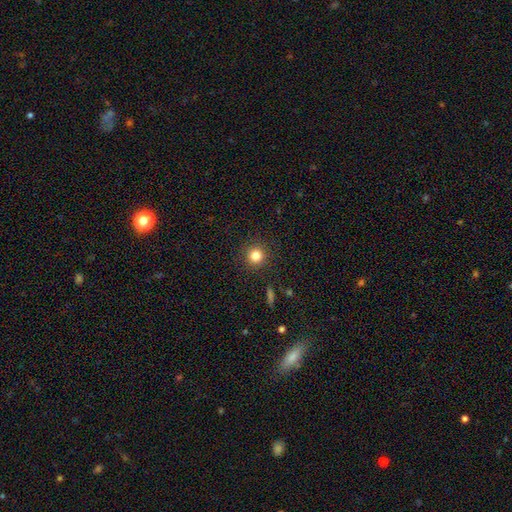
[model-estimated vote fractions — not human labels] Morphology: type=smooth (82%); roundness=round (94%); merging=none (91%).